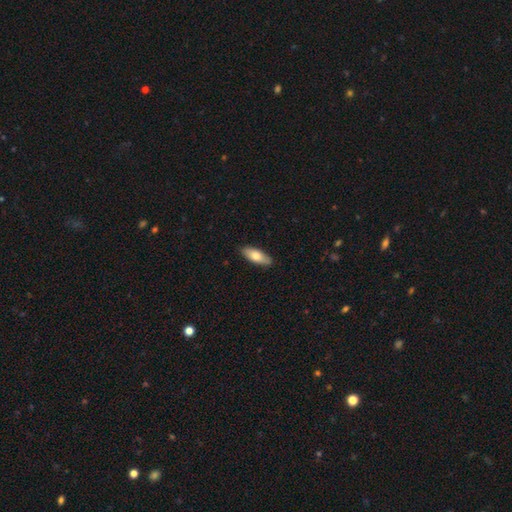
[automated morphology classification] type=smooth (75%); roundness=in between (72%); merging=none (87%).